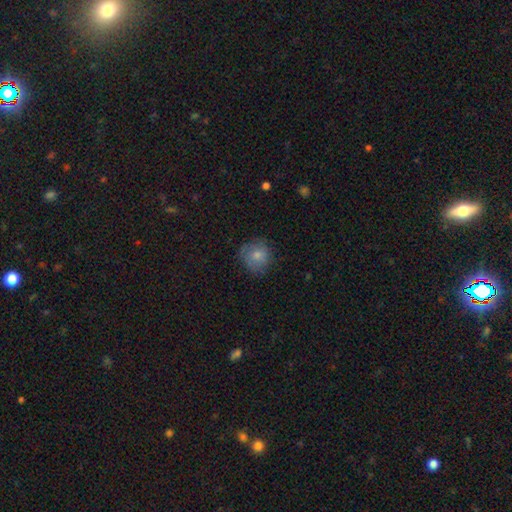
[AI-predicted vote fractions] Smooth or featured: smooth — 63% (featured or disk — 24%)
How rounded: round — 87% (in between — 12%)
Merging: none — 76% (minor disturbance — 17%)